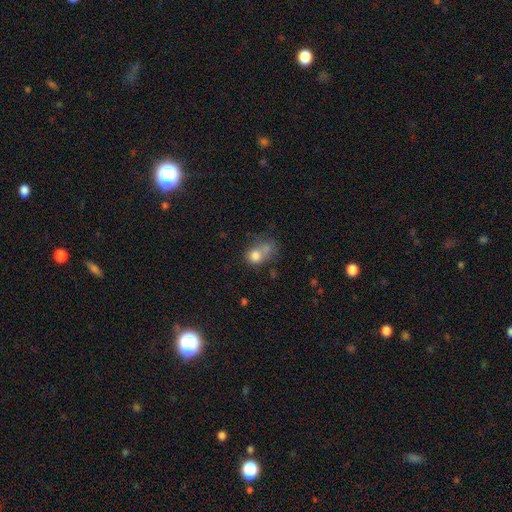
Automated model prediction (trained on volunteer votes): Smooth or featured: smooth — 74% (featured or disk — 14%)
How rounded: round — 53% (in between — 45%)
Merging: merger — 36% (none — 28%)